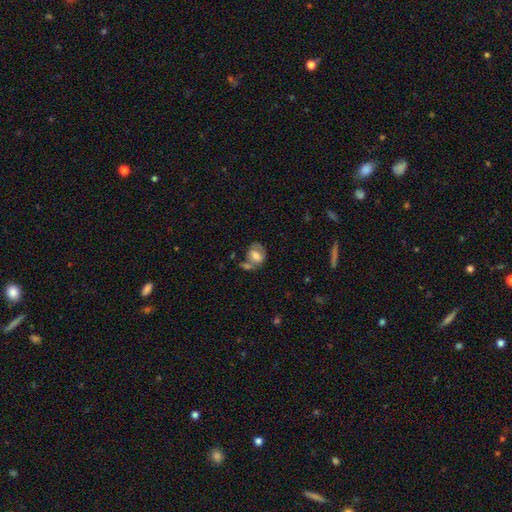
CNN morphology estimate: Q: Smooth or featured?
A: smooth (56%); runner-up: featured or disk (36%)
Q: How rounded?
A: in between (62%); runner-up: round (37%)
Q: Merging?
A: merger (34%); tied with: none (34%)